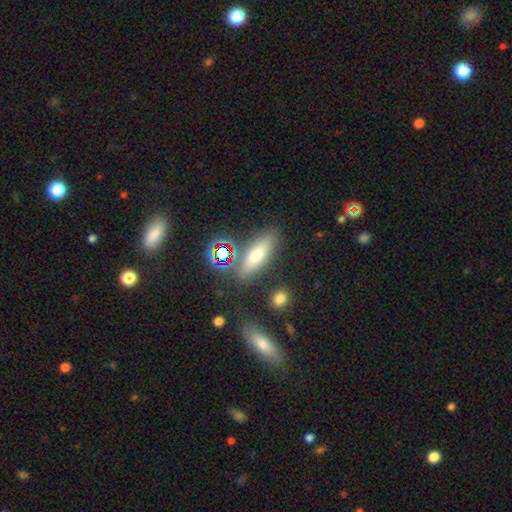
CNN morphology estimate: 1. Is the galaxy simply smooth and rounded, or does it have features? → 57% smooth, 26% featured or disk, 17% star or artifact.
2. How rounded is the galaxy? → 47% cigar-shaped (tied), 47% in between (tied), 6% round.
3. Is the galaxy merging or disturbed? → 79% none, 12% minor disturbance, 5% merger, 4% major disturbance.